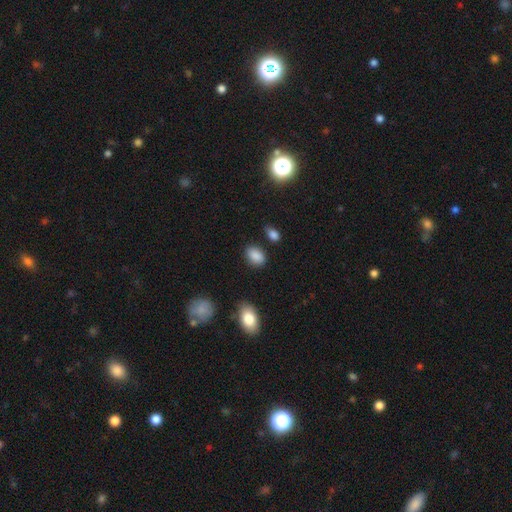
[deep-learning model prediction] Q: Smooth or featured?
A: smooth (87%); runner-up: star or artifact (8%)
Q: How rounded?
A: in between (85%); runner-up: round (14%)
Q: Merging?
A: none (82%); runner-up: minor disturbance (12%)